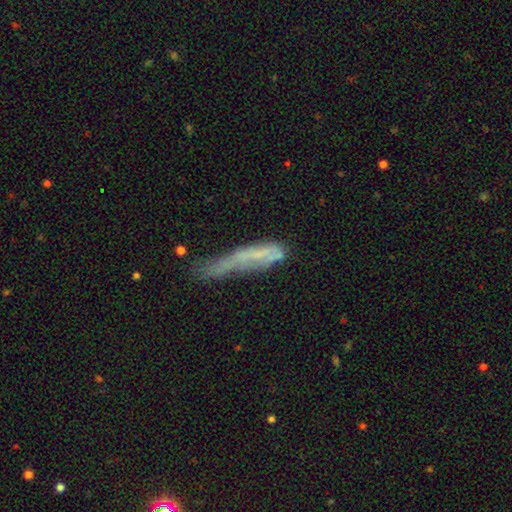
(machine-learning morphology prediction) Smooth or featured? smooth (50%)
Merging? none (33%)